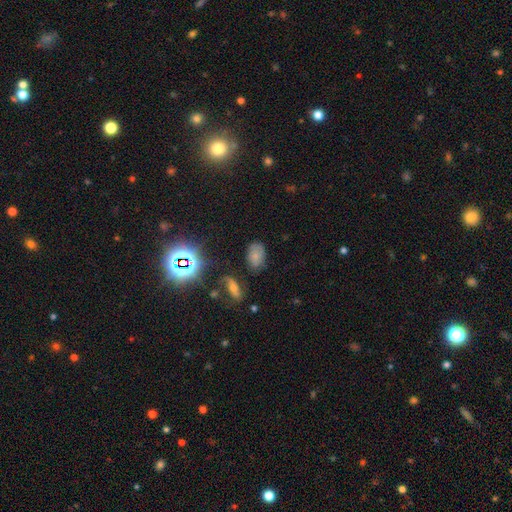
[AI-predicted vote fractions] A smooth galaxy with no disk features (69%) that is in between round and cigar-shaped (89%).

Vote fractions:
- Smooth or featured? smooth: 69% / star or artifact: 19% / featured or disk: 12%
- How rounded? in between: 89% / round: 10% / cigar-shaped: 2%
- Merging? none: 70% / minor disturbance: 19% / major disturbance: 7% / merger: 4%